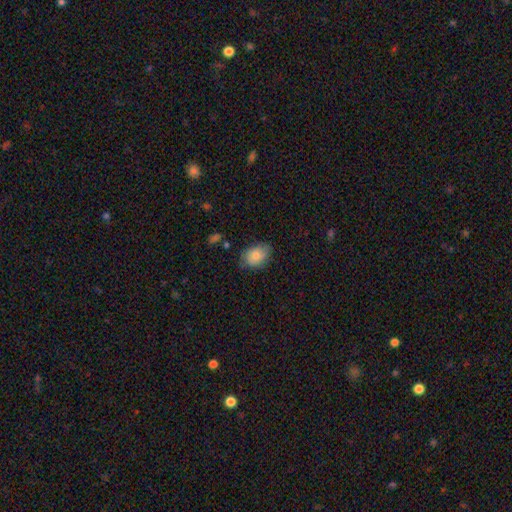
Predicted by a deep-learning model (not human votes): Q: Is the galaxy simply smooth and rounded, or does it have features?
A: smooth — 81%.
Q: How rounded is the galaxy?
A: in between — 78%.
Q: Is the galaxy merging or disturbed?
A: none — 69%.